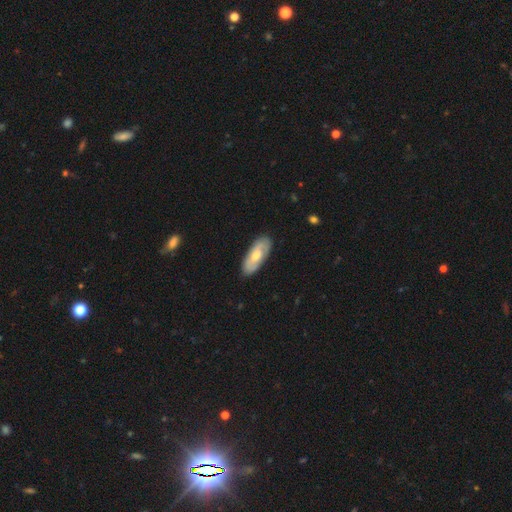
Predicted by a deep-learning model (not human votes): Smooth or featured? Predicted: smooth (p=0.49). Merging? Predicted: none (p=0.84).